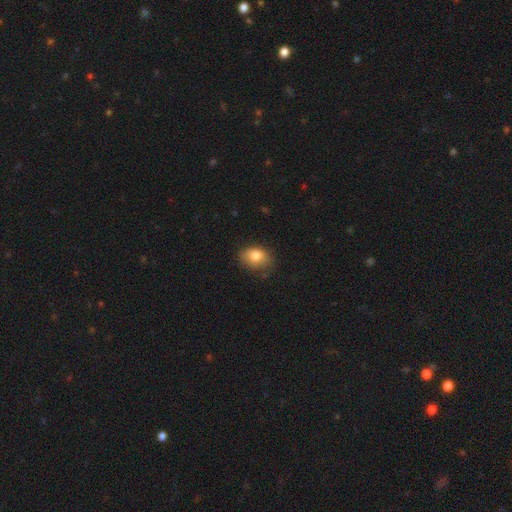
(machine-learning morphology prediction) Smooth or featured?
  - smooth: 81% *
  - featured or disk: 10%
  - star or artifact: 9%
How rounded?
  - in between: 72% *
  - round: 26%
  - cigar-shaped: 1%
Merging?
  - none: 67% *
  - minor disturbance: 25%
  - major disturbance: 6%
  - merger: 2%